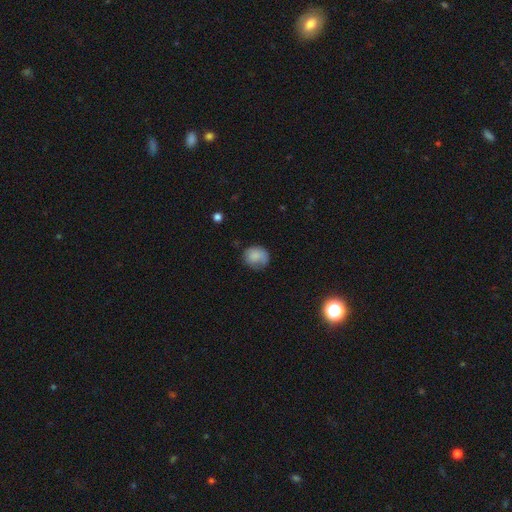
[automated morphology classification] This appears to be a smooth galaxy with no disk features (81%) that is round (71%). Merging: none (60%).